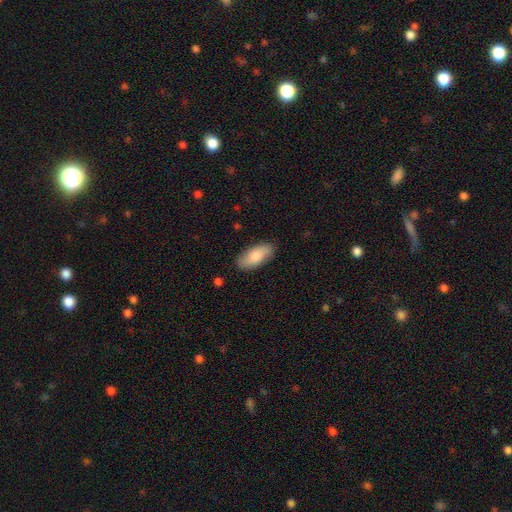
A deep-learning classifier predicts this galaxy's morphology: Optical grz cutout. It shows a smooth galaxy with no disk features (79%) that is in between round and cigar-shaped (88%). Merging: none (86%).